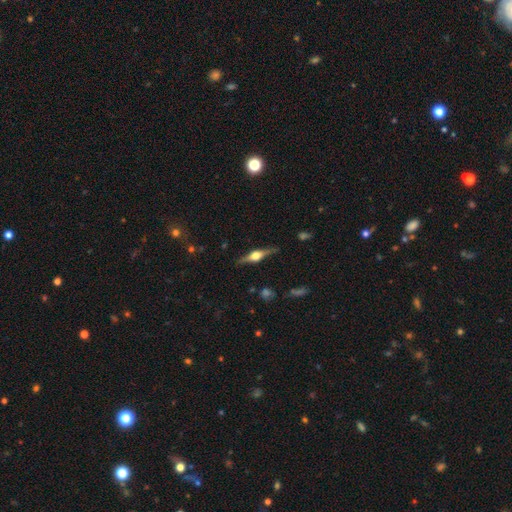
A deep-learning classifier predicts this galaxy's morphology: Smooth or featured? featured or disk (76%)
Edge-on disk? yes (97%)
Edge-on bulge? rounded (92%)
Merging? none (85%)